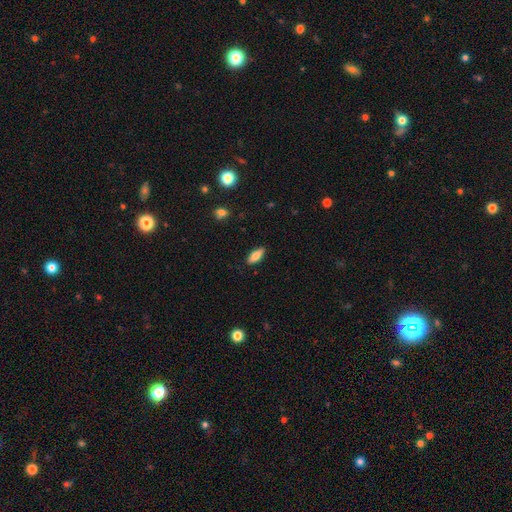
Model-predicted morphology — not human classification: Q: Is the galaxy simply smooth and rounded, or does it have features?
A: smooth — 79%.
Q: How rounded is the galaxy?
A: in between — 77%.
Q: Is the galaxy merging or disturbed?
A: none — 87%.